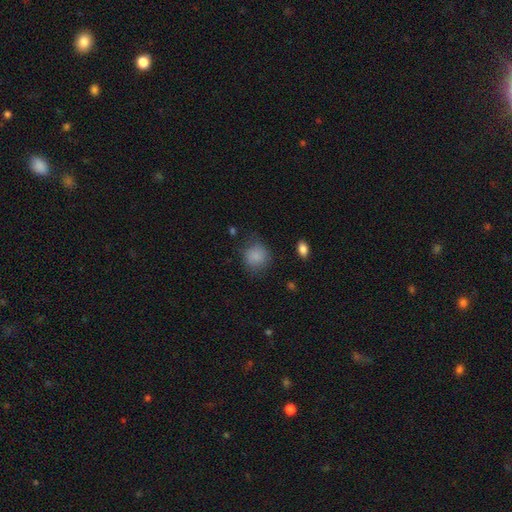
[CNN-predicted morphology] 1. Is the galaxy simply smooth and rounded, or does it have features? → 85% smooth, 9% star or artifact, 6% featured or disk.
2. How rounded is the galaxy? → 83% round, 16% in between, 1% cigar-shaped.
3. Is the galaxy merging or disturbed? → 75% none, 17% minor disturbance, 6% major disturbance, 2% merger.